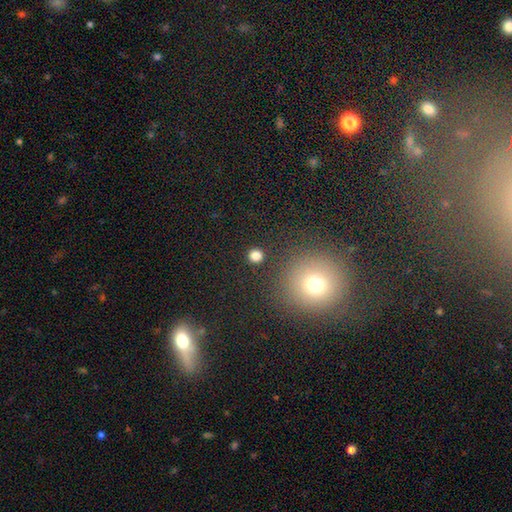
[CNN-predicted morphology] A smooth galaxy with no disk features (80%) that is round (91%).

Vote fractions:
- Smooth or featured? smooth: 80% / star or artifact: 16% / featured or disk: 4%
- How rounded? round: 91% / in between: 8% / cigar-shaped: 1%
- Merging? none: 90% / minor disturbance: 5% / merger: 3% / major disturbance: 2%